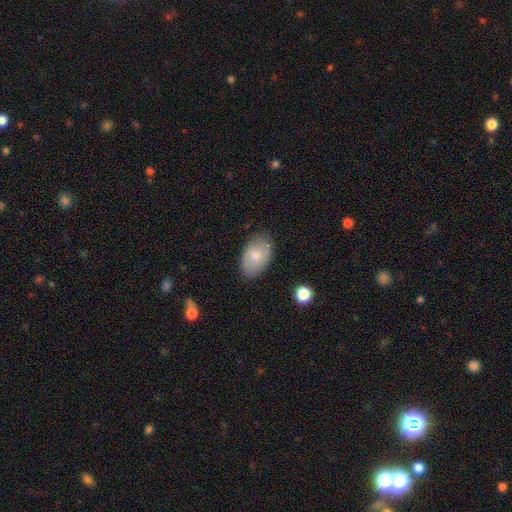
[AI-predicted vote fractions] Overall: smooth (64%; featured or disk 29%). How rounded: in between (90%). Merging: none (81%).